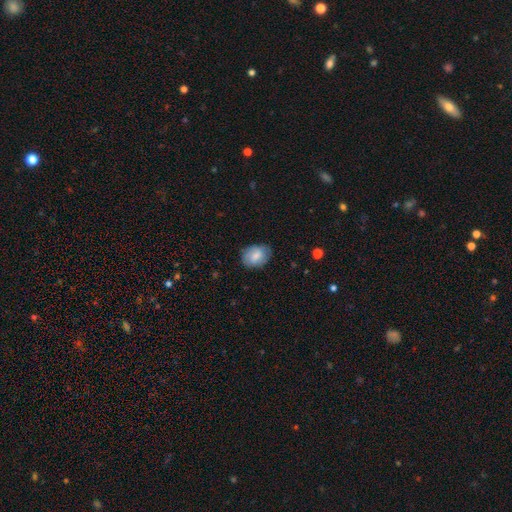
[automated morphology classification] This is likely a smooth galaxy (74%). How rounded: likely in between (70%). Merging: likely none (77%).